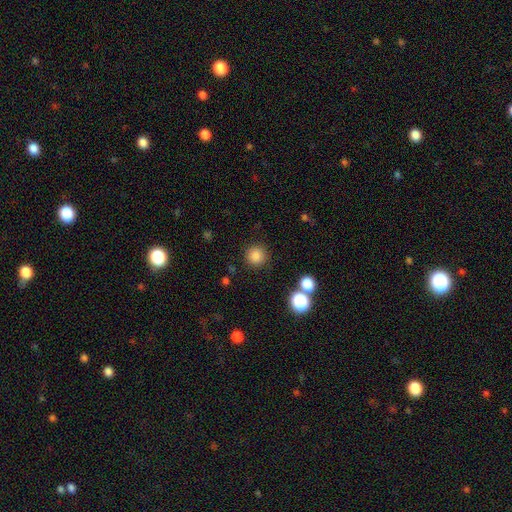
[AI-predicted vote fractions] Overall: smooth (83%). How rounded: round (94%). Merging: none (88%).